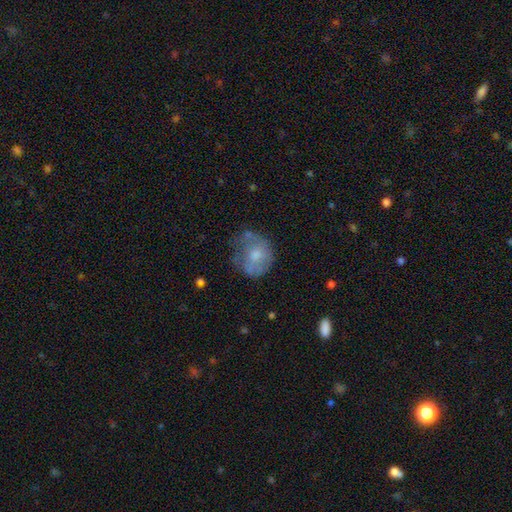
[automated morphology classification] A smooth galaxy with no disk features (57%) that is round (67%). Merging: none (44%).